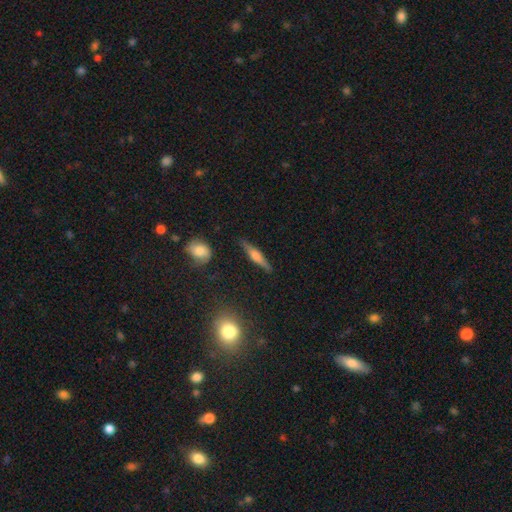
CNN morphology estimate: The model was most divided on "smooth or featured": featured or disk: 61%, smooth: 33%, star or artifact: 7%. More confident: edge-on disk — yes (96%); merging — none (87%); edge-on bulge — rounded (82%).